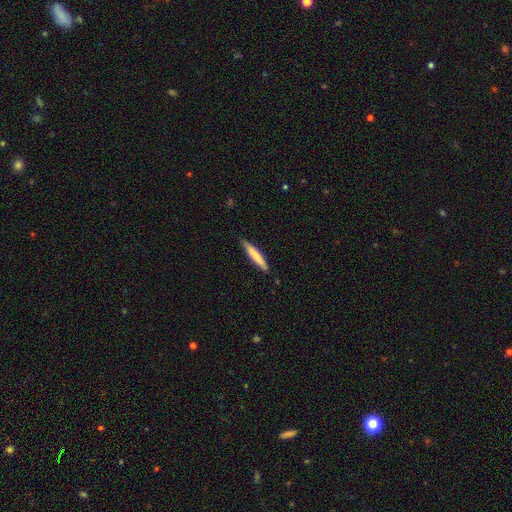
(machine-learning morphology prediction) Q: Smooth or featured?
A: smooth (72%); runner-up: featured or disk (22%)
Q: How rounded?
A: cigar-shaped (93%); runner-up: in between (6%)
Q: Merging?
A: none (87%); runner-up: minor disturbance (10%)